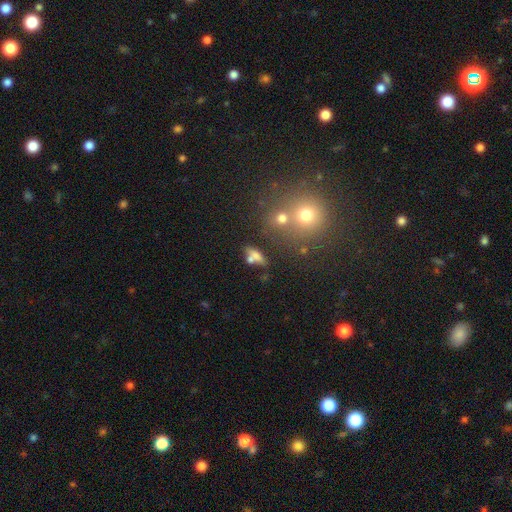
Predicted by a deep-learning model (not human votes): This is likely a smooth galaxy (61%). How rounded: possibly in between (59%). Merging: possibly none (48%).